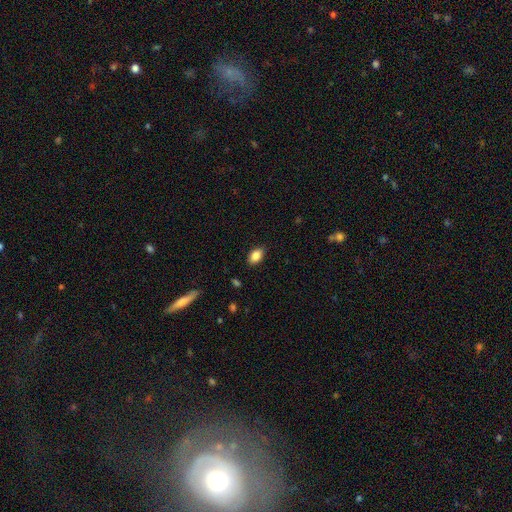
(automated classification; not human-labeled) This appears to be a smooth galaxy with no disk features (86%) that is in between round and cigar-shaped (87%). Merging: none (86%).